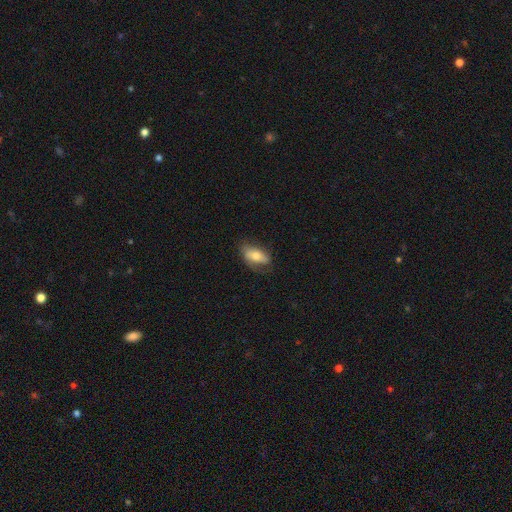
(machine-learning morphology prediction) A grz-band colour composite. It shows a smooth galaxy with no disk features (64%) that is in between round and cigar-shaped (87%). Merging: none (65%).